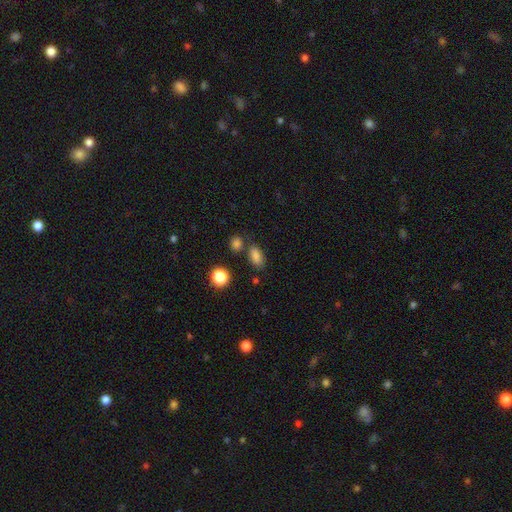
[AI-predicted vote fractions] smooth_or_featured: smooth (p=0.82) [alt: star or artifact p=0.13]
how_rounded: in between (p=0.84) [alt: round p=0.10]
merging: none (p=0.71) [alt: minor disturbance p=0.13]